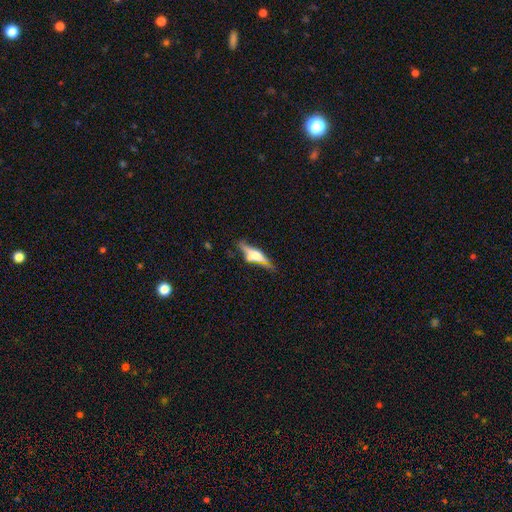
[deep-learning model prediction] A featured or disk galaxy (58%) viewed edge-on (90%) with a rounded central bulge (80%). Merging: none (63%).